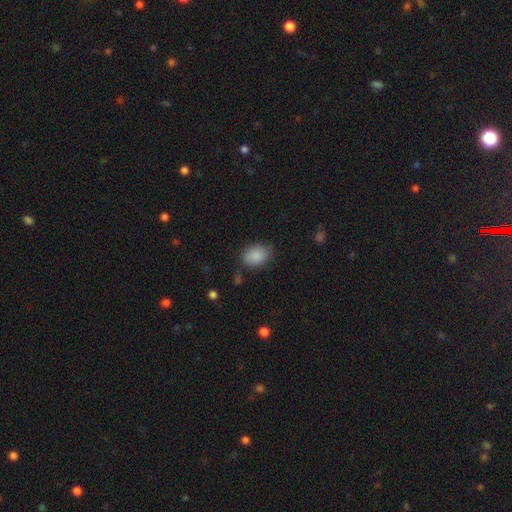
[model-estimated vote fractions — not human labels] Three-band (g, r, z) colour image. It shows a smooth galaxy with no disk features (88%) that is in between round and cigar-shaped (74%). Merging: none (77%).